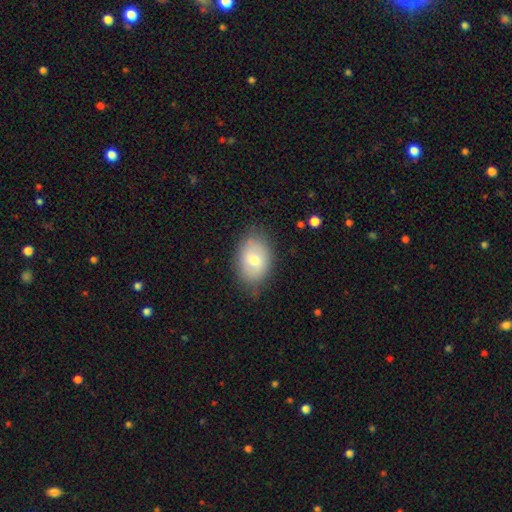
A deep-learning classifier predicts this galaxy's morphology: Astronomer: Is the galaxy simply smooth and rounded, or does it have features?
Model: smooth — 65%.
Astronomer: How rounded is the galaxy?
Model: in between — 83%.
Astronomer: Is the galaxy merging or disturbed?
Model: none — 82%.